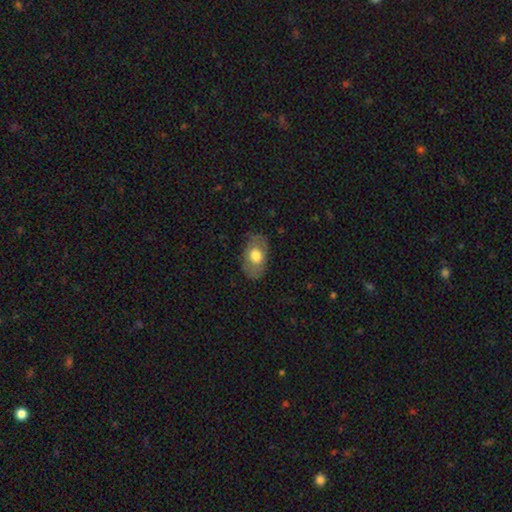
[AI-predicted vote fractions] The model was most divided on "smooth or featured": smooth: 63%, featured or disk: 30%, star or artifact: 7%. More confident: how rounded — in between (88%); merging — none (76%).